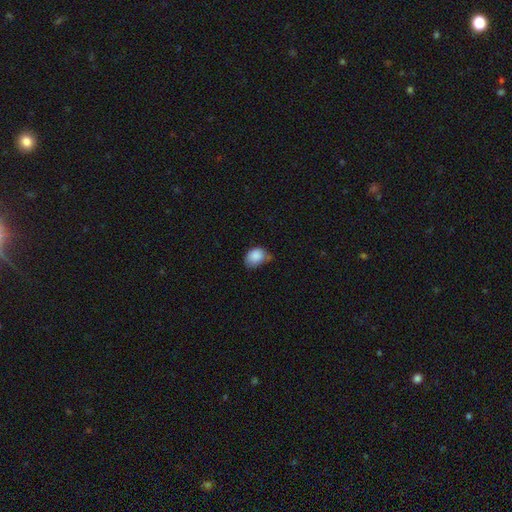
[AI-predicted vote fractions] smooth 86%, star or artifact 8%, featured or disk 6%. Down the decision tree: how rounded — in between (64%); merging — minor disturbance (44%).